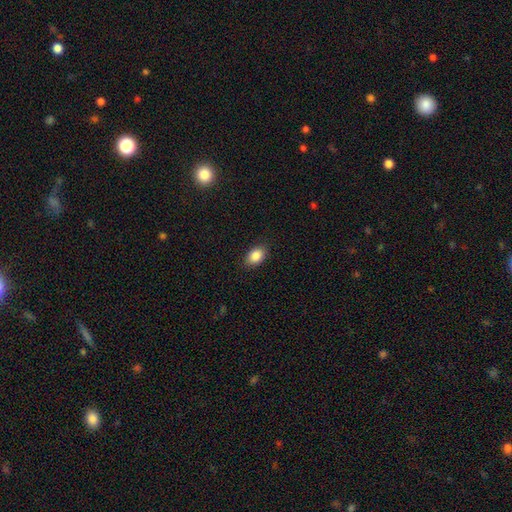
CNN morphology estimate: This is clearly a smooth galaxy (87%). How rounded: clearly in between (85%). Merging: clearly none (87%).